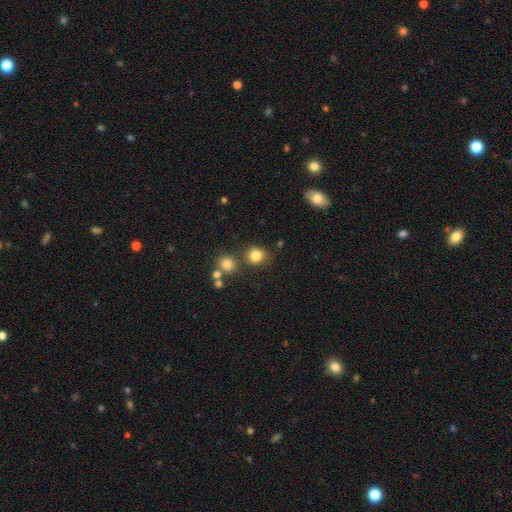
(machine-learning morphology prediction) A smooth galaxy with no disk features (81%) that is round (82%). Merging: none (74%).